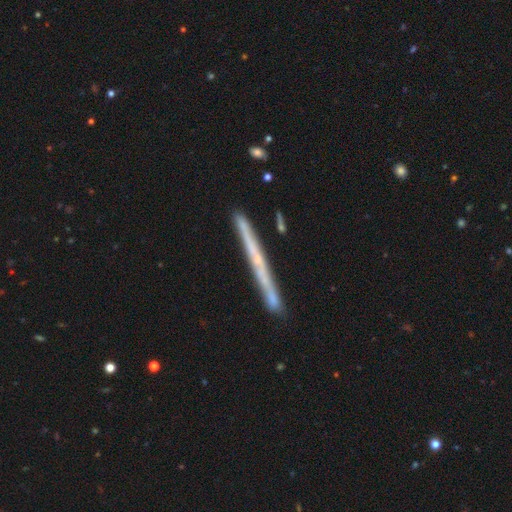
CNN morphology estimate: featured or disk 55%, smooth 35%, star or artifact 10%. Down the decision tree: edge-on disk — yes (95%); edge-on bulge — none (82%); merging — none (85%).